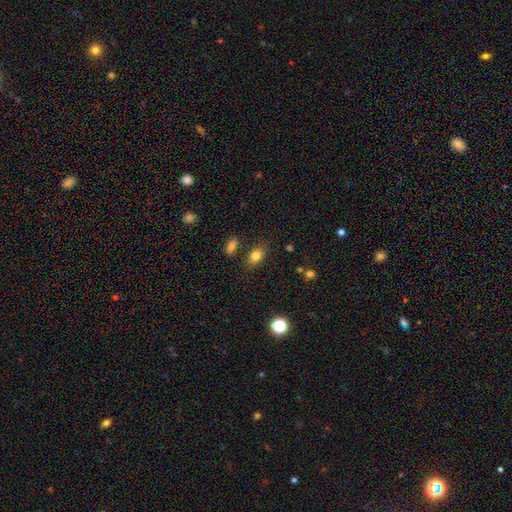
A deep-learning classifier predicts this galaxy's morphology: type=smooth (81%); roundness=in between (81%); merging=none (77%).